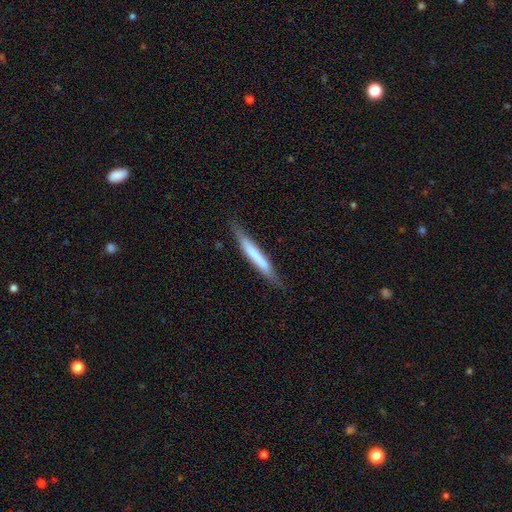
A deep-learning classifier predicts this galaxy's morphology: The model was most divided on "smooth or featured": smooth: 59%, featured or disk: 35%, star or artifact: 6%. More confident: how rounded — cigar-shaped (95%); merging — none (79%).